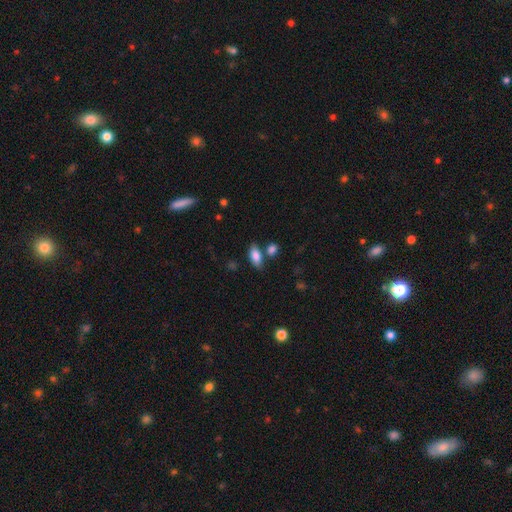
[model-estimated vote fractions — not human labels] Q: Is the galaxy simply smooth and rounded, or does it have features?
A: smooth — 84%.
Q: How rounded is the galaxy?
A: in between — 87%.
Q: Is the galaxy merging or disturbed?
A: none — 70%.